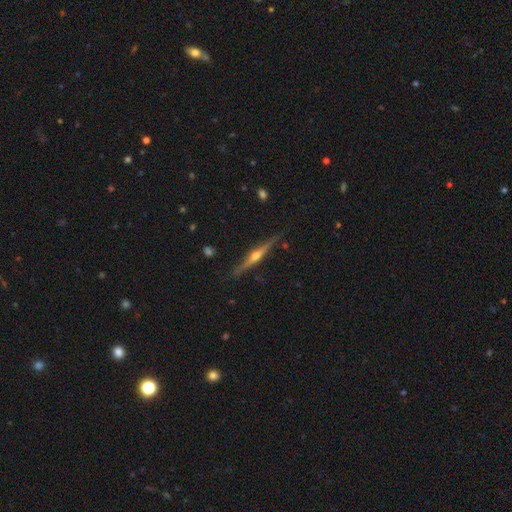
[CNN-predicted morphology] This appears to be a featured or disk galaxy (80%) viewed edge-on (98%) with a rounded central bulge (93%). Merging: none (88%).